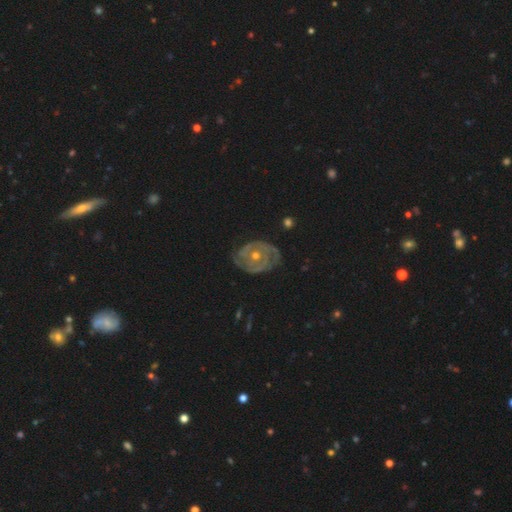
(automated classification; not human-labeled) smooth_or_featured: featured or disk (p=0.85) [alt: smooth p=0.10]
disk_edge_on: no (p=0.97) [alt: yes p=0.03]
bar: no (p=0.77) [alt: weak p=0.18]
has_spiral_arms: yes (p=0.89) [alt: no p=0.11]
spiral_winding: tight (p=0.70) [alt: medium p=0.23]
spiral_arm_count: 2 (p=0.34) [alt: can't tell p=0.29]
bulge_size: moderate (p=0.62) [alt: small p=0.35]
merging: none (p=0.70) [alt: minor disturbance p=0.22]